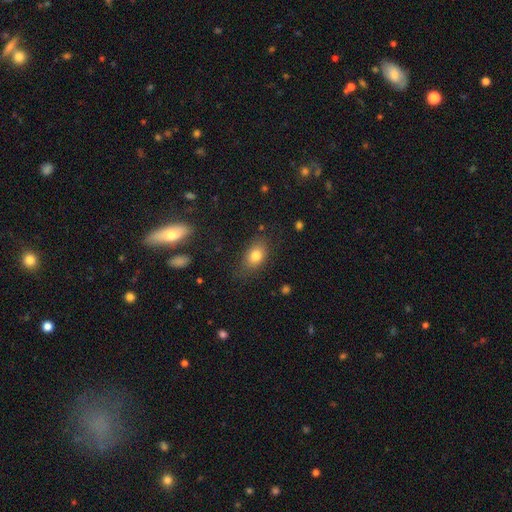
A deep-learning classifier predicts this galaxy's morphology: smooth-or-featured: smooth: 79% | featured or disk: 11% | star or artifact: 10%
  how-rounded: in between: 80% | round: 18% | cigar-shaped: 2%
  merging: none: 74% | minor disturbance: 18% | major disturbance: 6% | merger: 2%